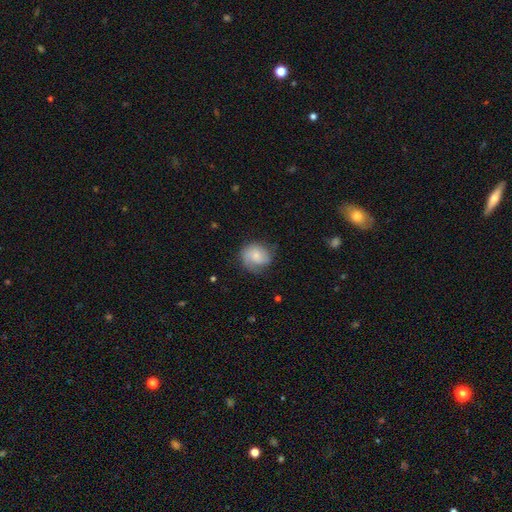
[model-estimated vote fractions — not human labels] This appears to be a smooth galaxy with no disk features (54%) that is round (76%). Merging: none (62%).